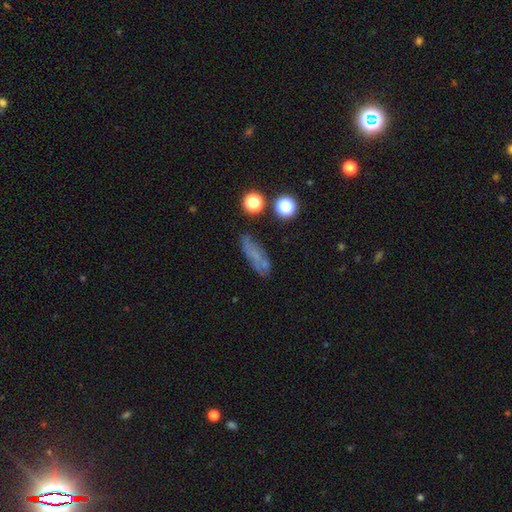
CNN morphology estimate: This appears to be a smooth galaxy with no disk features (48%). Merging: none (62%).